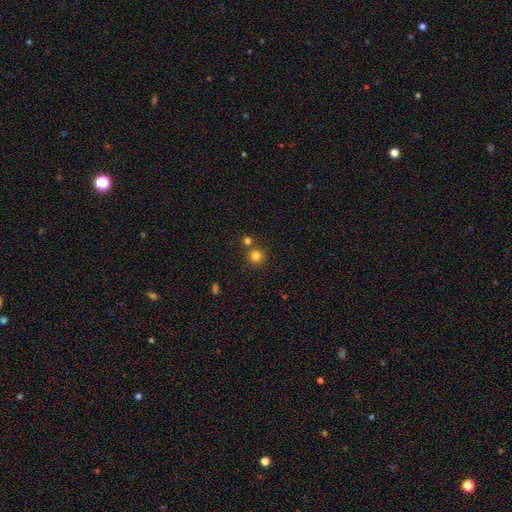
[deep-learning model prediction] This appears to be a smooth galaxy with no disk features (81%) that is round (94%). Merging: none (74%).